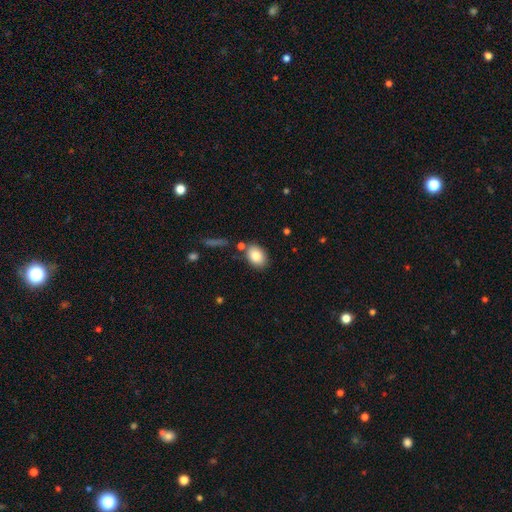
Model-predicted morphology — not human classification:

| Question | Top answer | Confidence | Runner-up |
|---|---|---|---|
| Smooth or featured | smooth | 84% | featured or disk (8%) |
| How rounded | in between | 82% | round (17%) |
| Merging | none | 77% | minor disturbance (12%) |